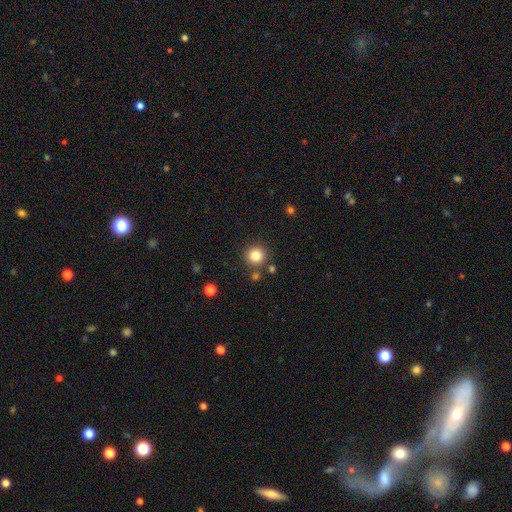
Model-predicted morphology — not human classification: smooth 83%, star or artifact 12%, featured or disk 5%. Down the decision tree: how rounded — round (94%); merging — none (84%).